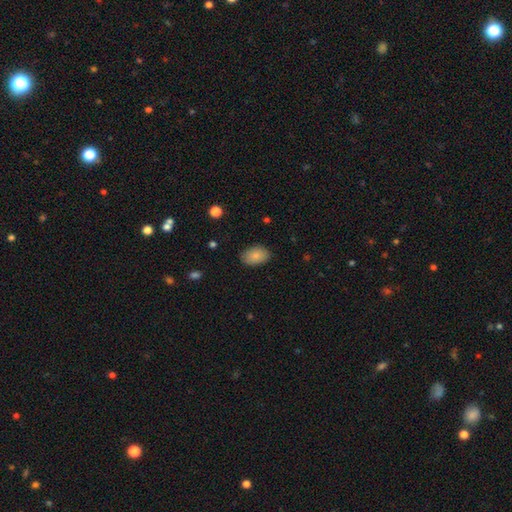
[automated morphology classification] The model was most divided on "merging": none: 85%, minor disturbance: 12%, major disturbance: 3%, merger: 1%. More confident: how rounded — in between (88%); smooth or featured — smooth (86%).